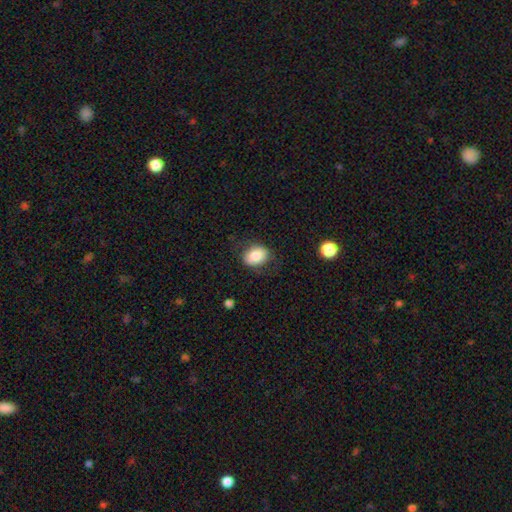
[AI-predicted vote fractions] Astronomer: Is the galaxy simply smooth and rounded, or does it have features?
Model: smooth — 84%.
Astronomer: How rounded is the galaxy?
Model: in between — 62% (runner-up: round, 37%).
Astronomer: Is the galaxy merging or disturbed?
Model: none — 77%.